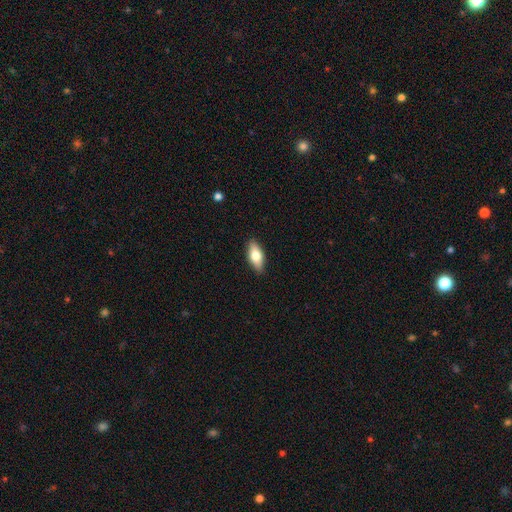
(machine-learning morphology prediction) Smooth or featured?
  - smooth: 71% *
  - featured or disk: 23%
  - star or artifact: 6%
How rounded?
  - in between: 83% *
  - cigar-shaped: 14%
  - round: 3%
Merging?
  - none: 88% *
  - minor disturbance: 9%
  - major disturbance: 2%
  - merger: 1%